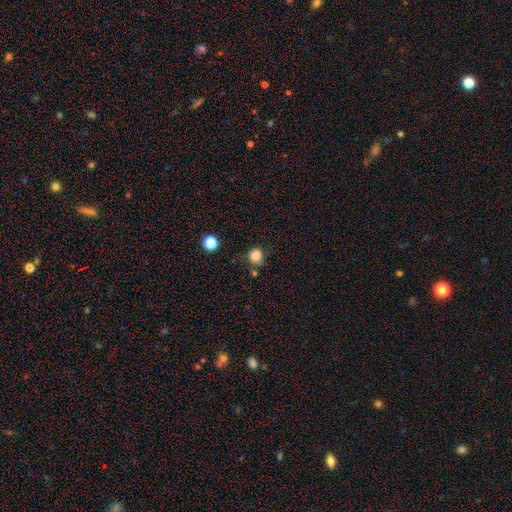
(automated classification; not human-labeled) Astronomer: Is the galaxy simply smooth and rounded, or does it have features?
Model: smooth — 83%.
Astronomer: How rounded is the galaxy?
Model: round — 91%.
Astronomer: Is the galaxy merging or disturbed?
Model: none — 77%.